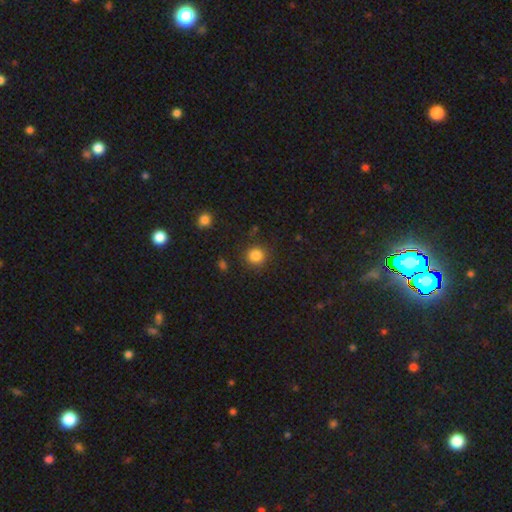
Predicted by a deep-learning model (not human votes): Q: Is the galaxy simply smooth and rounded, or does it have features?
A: smooth — 84%.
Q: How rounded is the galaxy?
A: round — 92%.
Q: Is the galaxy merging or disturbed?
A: none — 88%.